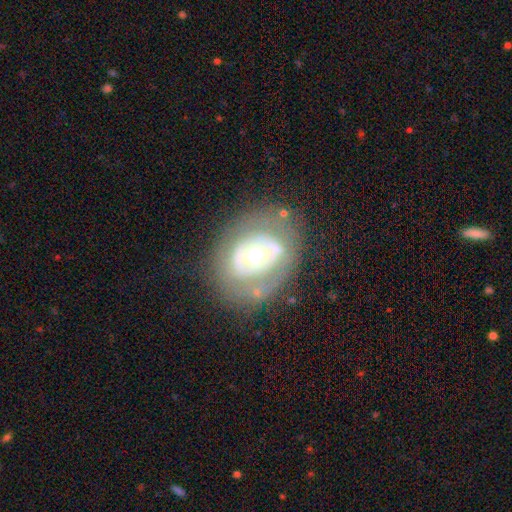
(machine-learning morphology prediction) Smooth or featured? featured or disk (64%)
Edge-on disk? no (95%)
Bar? no (81%)
Spiral arms? no (80%)
Bulge size? moderate (62%)
Merging? none (71%)